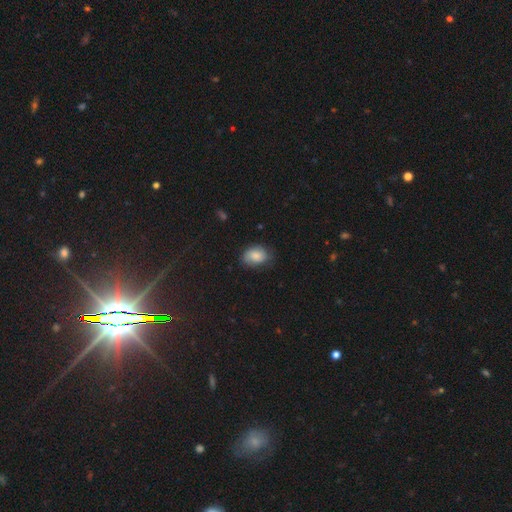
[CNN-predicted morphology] A smooth galaxy with no disk features (79%) that is in between round and cigar-shaped (75%).

Vote fractions:
- Smooth or featured? smooth: 79% / featured or disk: 13% / star or artifact: 8%
- How rounded? in between: 75% / round: 24% / cigar-shaped: 1%
- Merging? none: 66% / minor disturbance: 26% / major disturbance: 7% / merger: 1%